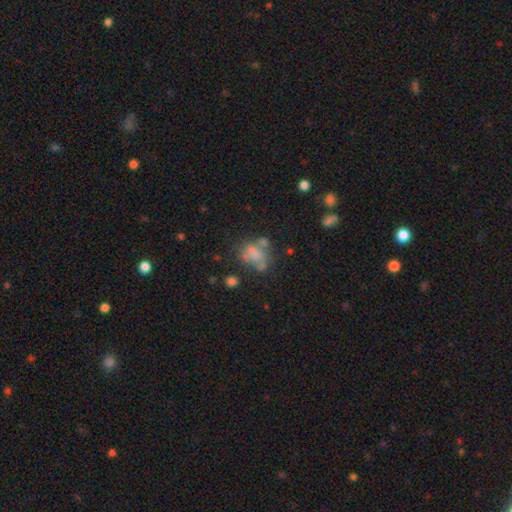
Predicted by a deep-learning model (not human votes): Q: Smooth or featured?
A: smooth (47%); runner-up: featured or disk (33%)
Q: Merging?
A: none (39%); runner-up: merger (23%)